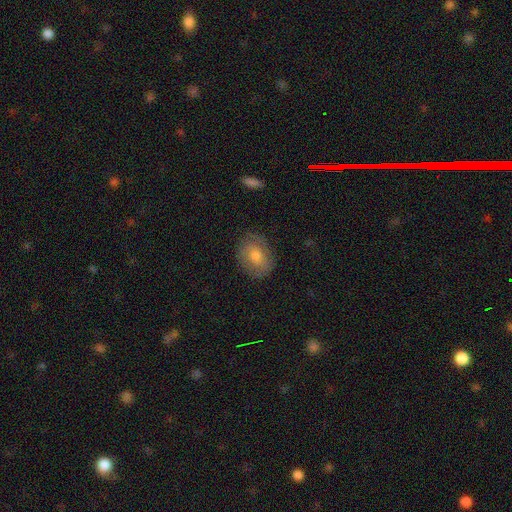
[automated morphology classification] A smooth galaxy with no disk features (61%) that is in between round and cigar-shaped (64%). Merging: none (80%).